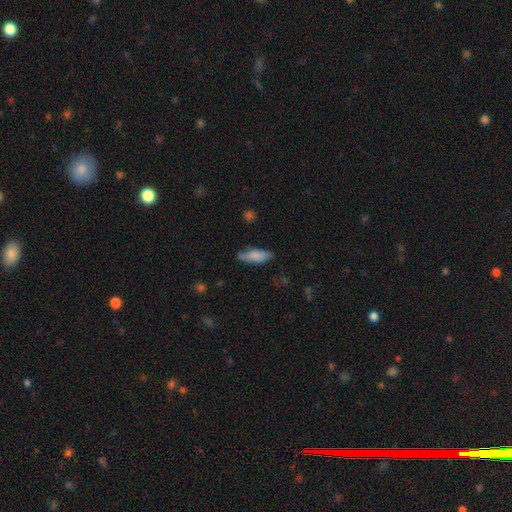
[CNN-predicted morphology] smooth-or-featured: smooth: 79% | featured or disk: 15% | star or artifact: 6%
  how-rounded: in between: 62% | cigar-shaped: 36% | round: 2%
  merging: none: 73% | minor disturbance: 21% | major disturbance: 4% | merger: 2%